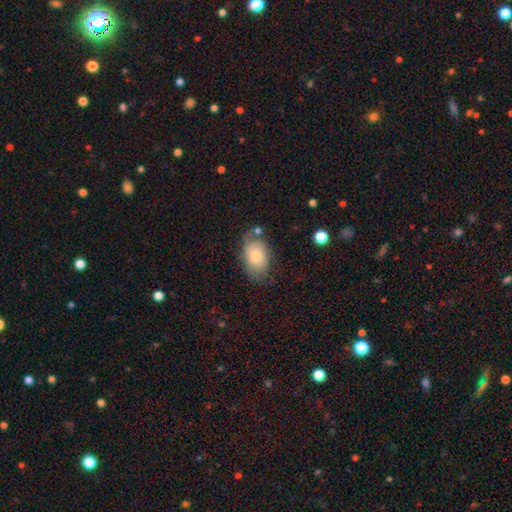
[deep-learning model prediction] This is likely a smooth galaxy (64%). How rounded: clearly in between (88%). Merging: possibly none (53%).